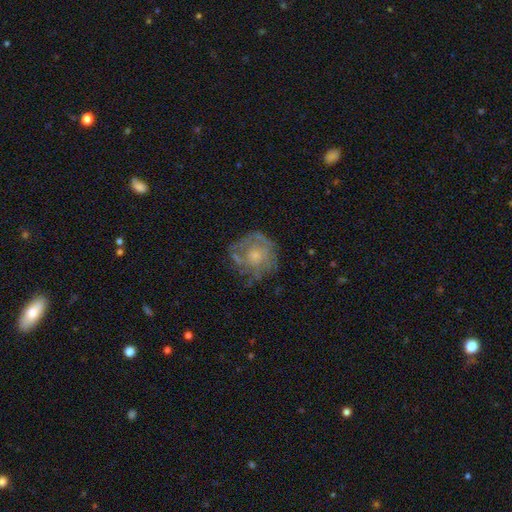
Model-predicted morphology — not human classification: The model was most divided on "spiral arms": yes: 62%, no: 38%. More confident: edge-on disk — no (98%); bar — no (86%); bulge size — small (67%); smooth or featured — featured or disk (65%); merging — none (60%).